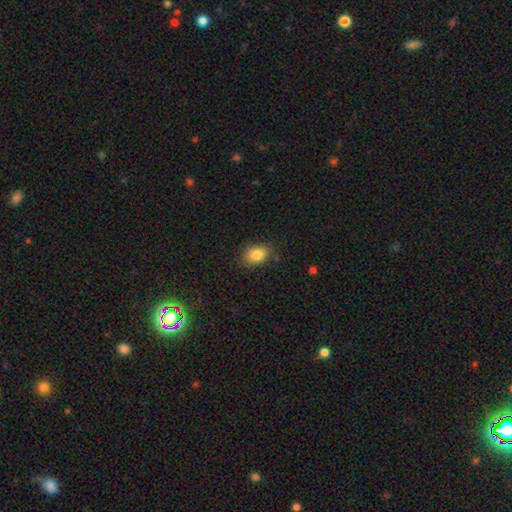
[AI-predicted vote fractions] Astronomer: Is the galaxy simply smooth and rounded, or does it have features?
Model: smooth — 85%.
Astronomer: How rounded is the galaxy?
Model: in between — 69%.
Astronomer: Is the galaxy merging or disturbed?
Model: none — 78%.